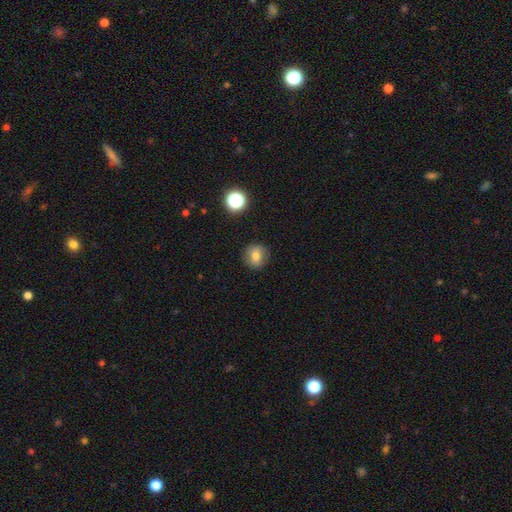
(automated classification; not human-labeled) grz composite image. It shows a smooth galaxy with no disk features (75%) that is round (85%). Merging: none (87%).